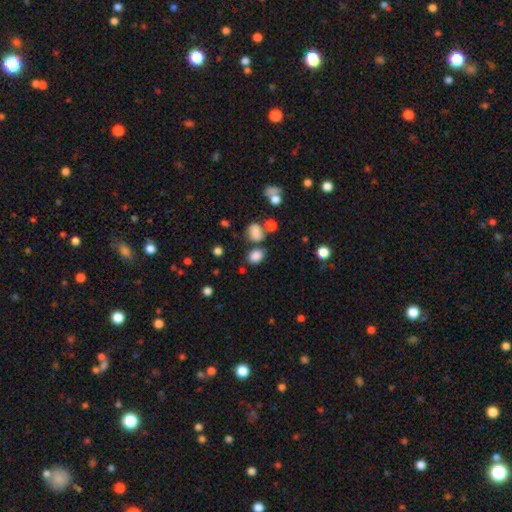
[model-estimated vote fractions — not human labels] Smooth or featured? Predicted: smooth (p=0.82). How rounded? Predicted: in between (p=0.58). Merging? Predicted: none (p=0.67).